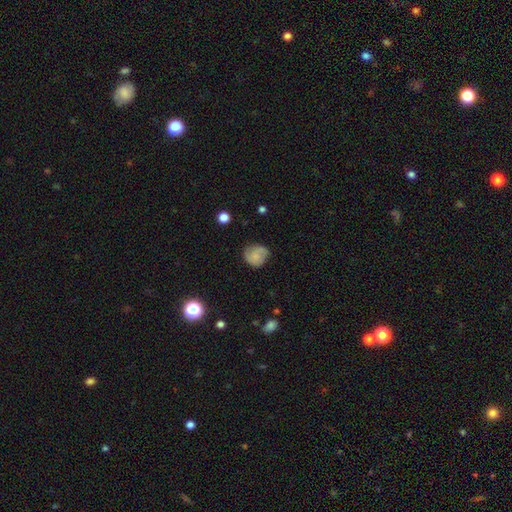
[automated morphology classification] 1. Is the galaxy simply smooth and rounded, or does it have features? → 68% smooth, 24% featured or disk, 9% star or artifact.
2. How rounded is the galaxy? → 80% round, 19% in between, 1% cigar-shaped.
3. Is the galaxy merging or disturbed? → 66% none, 25% minor disturbance, 7% major disturbance, 2% merger.